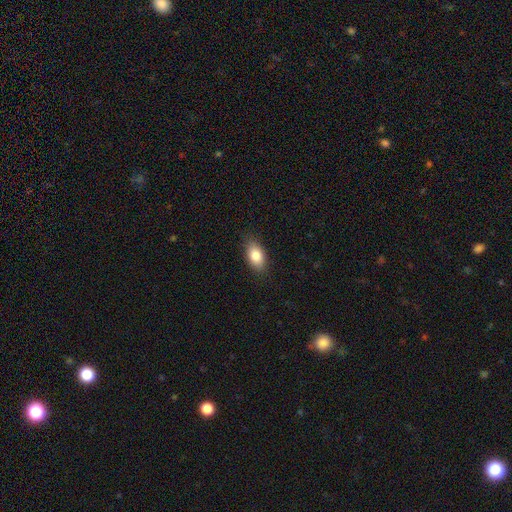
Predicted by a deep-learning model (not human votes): Morphology: type=smooth (84%); roundness=in between (90%); merging=none (86%).